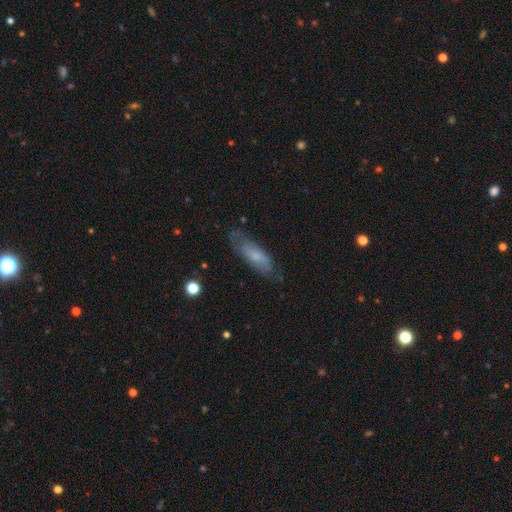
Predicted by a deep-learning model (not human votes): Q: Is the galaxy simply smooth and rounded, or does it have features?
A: smooth — 55%.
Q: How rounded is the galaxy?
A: in between — 52%.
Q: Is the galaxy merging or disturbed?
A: none — 70%.